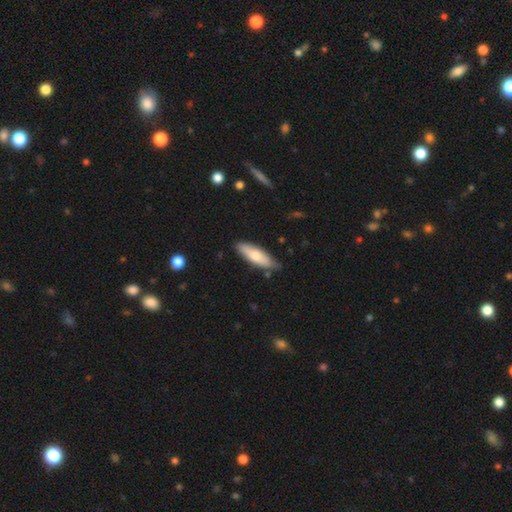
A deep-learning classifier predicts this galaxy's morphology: The model was most divided on "how rounded" (2-way tie): in between: 49%, cigar-shaped: 49%, round: 2%. More confident: merging — none (77%); smooth or featured — smooth (71%).